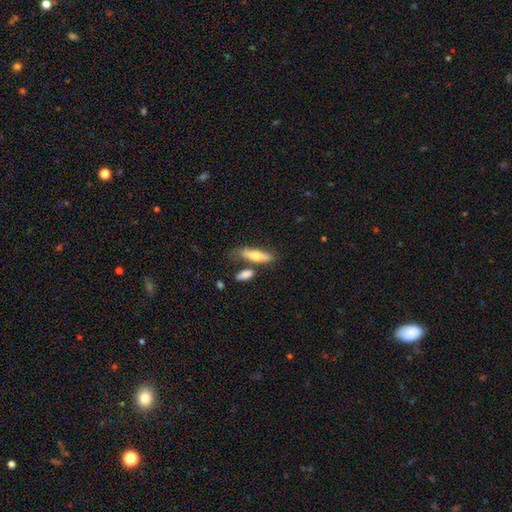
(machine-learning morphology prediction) A smooth galaxy with no disk features (64%) that is cigar-shaped (56%). Merging: none (57%).